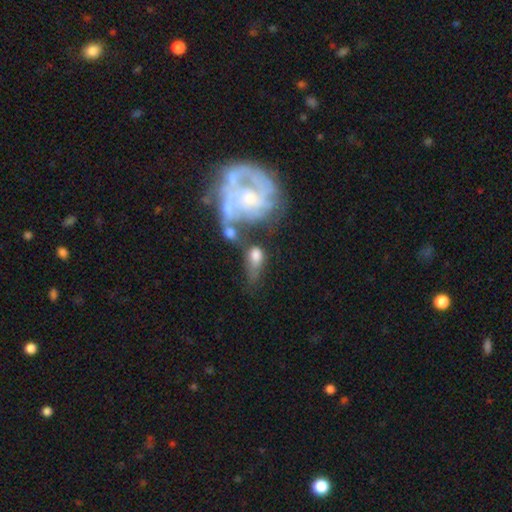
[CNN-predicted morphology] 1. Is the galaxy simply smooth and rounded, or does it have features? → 51% smooth, 39% featured or disk, 11% star or artifact.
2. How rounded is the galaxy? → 80% in between, 16% round, 4% cigar-shaped.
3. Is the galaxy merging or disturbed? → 33% merger, 24% major disturbance, 24% none, 20% minor disturbance.